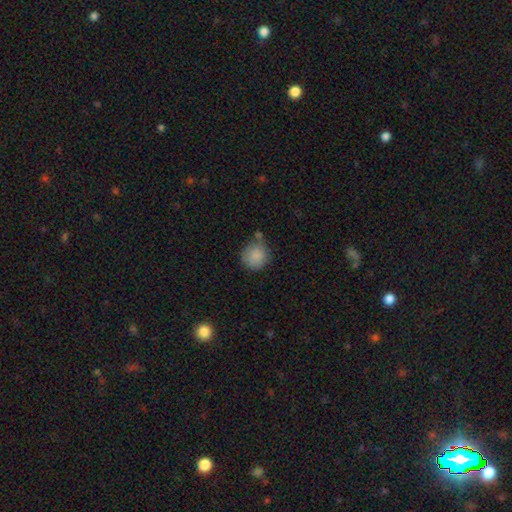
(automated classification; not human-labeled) A smooth galaxy with no disk features (86%) that is round (89%).

Vote fractions:
- Smooth or featured? smooth: 86% / star or artifact: 9% / featured or disk: 5%
- How rounded? round: 89% / in between: 10% / cigar-shaped: 1%
- Merging? none: 61% / minor disturbance: 21% / merger: 12% / major disturbance: 6%